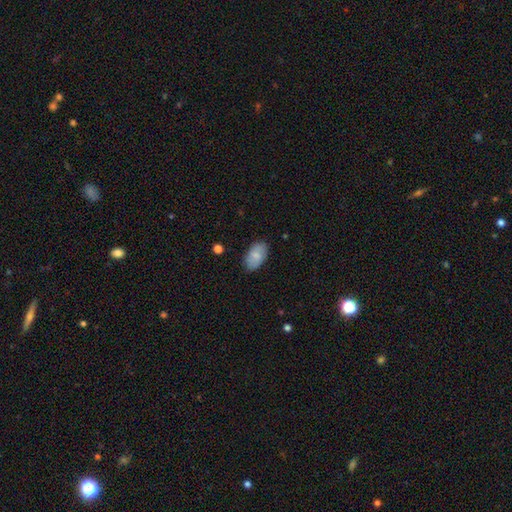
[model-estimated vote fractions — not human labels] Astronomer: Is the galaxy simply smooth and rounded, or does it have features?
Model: smooth — 79%.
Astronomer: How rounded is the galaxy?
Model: in between — 94%.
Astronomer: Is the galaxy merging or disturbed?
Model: none — 83%.